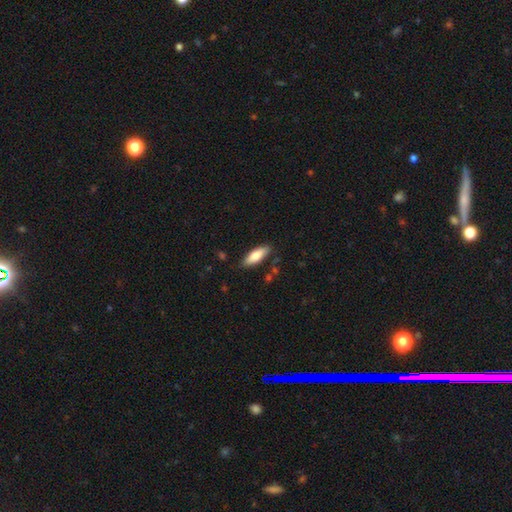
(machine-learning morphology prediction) Smooth or featured? Predicted: smooth (p=0.77). How rounded? Predicted: in between (p=0.61). Merging? Predicted: none (p=0.83).